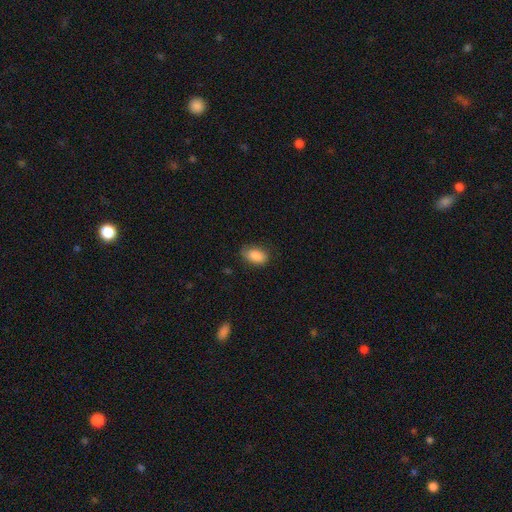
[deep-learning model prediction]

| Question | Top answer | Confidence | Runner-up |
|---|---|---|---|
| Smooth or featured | smooth | 86% | star or artifact (7%) |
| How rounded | in between | 91% | round (7%) |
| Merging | none | 69% | minor disturbance (24%) |